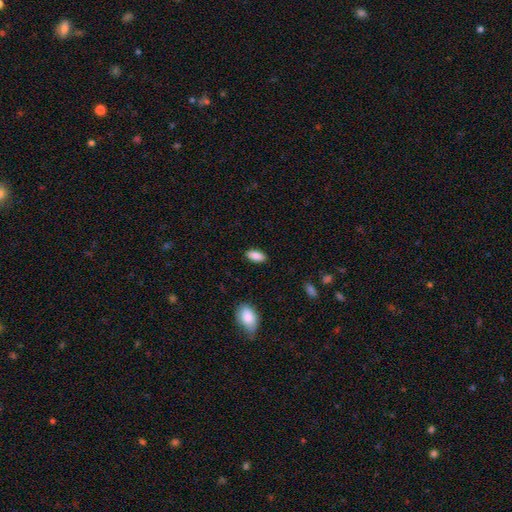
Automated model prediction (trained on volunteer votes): This is clearly a smooth galaxy (86%). How rounded: clearly in between (87%). Merging: clearly none (88%).